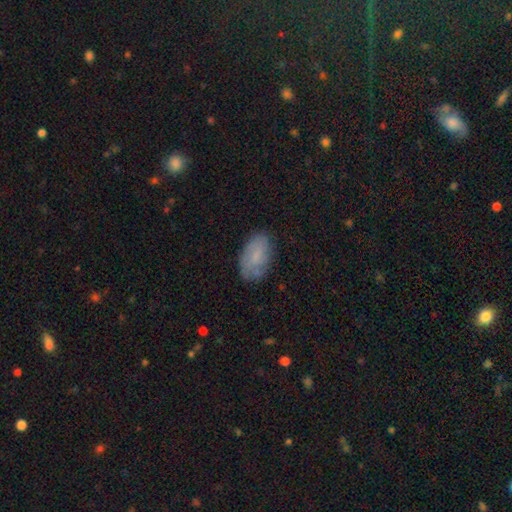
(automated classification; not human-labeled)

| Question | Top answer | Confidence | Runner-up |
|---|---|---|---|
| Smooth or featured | smooth | 69% | featured or disk (23%) |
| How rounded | in between | 93% | round (5%) |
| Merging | none | 73% | minor disturbance (20%) |